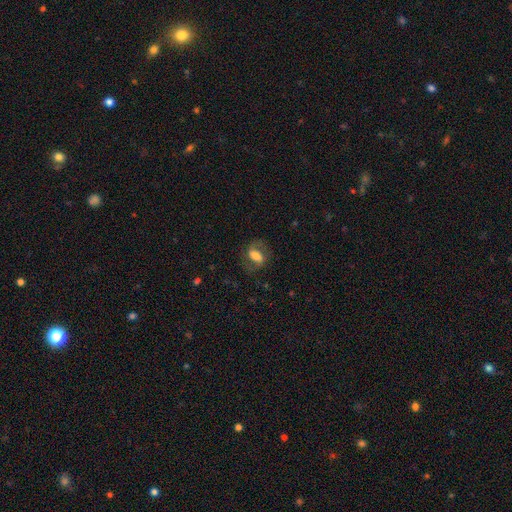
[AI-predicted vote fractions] This appears to be a smooth galaxy with no disk features (48%). Merging: none (67%).